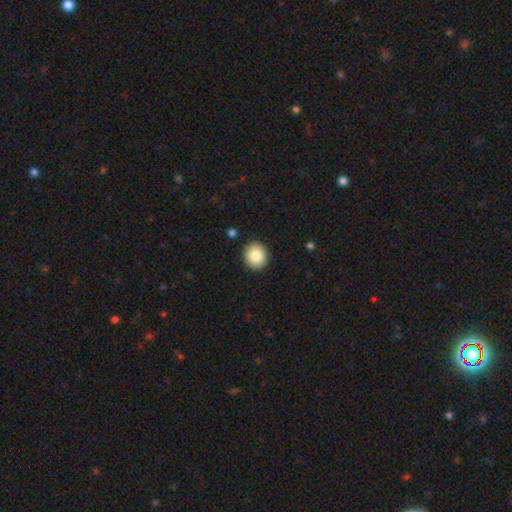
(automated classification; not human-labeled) Smooth or featured? smooth (84%)
How rounded? round (80%)
Merging? none (91%)